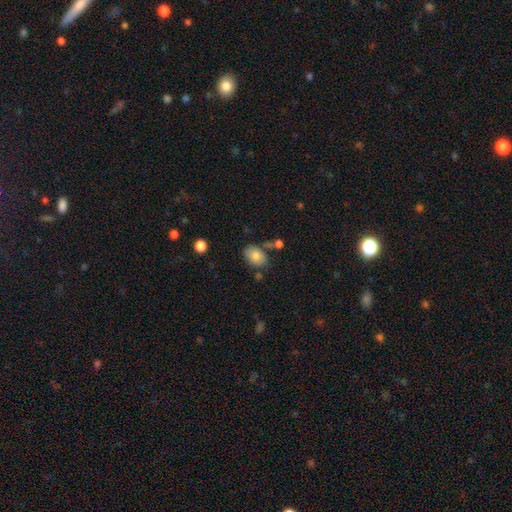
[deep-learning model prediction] Morphology: type=smooth (81%); roundness=in between (78%); merging=none (65%).